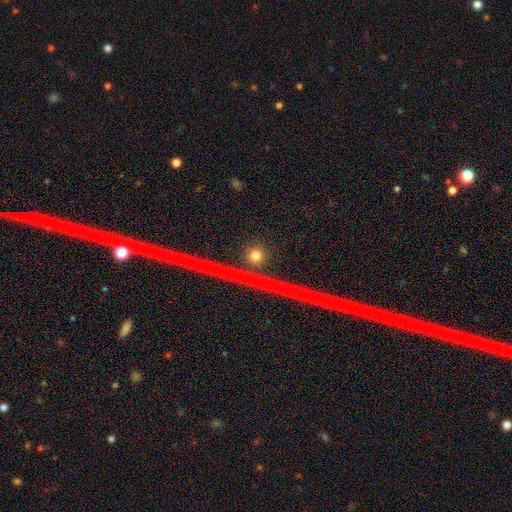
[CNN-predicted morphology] Q: Smooth or featured?
A: smooth (62%); runner-up: star or artifact (28%)
Q: How rounded?
A: round (95%); runner-up: in between (3%)
Q: Merging?
A: none (87%); runner-up: minor disturbance (6%)